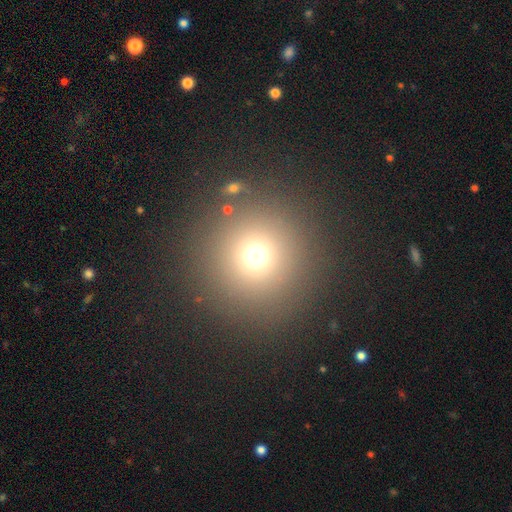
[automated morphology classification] Overall: smooth (68%). How rounded: round (96%). Merging: none (86%).